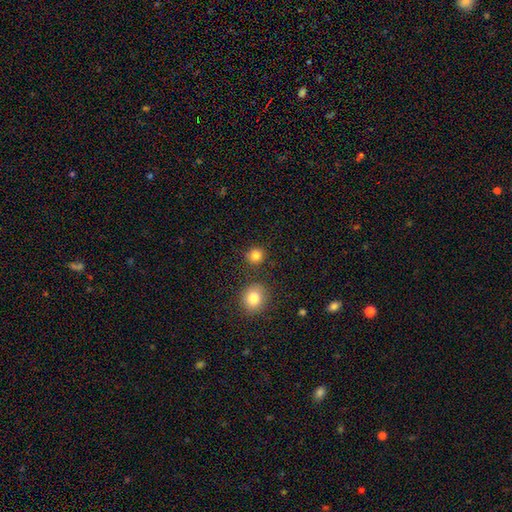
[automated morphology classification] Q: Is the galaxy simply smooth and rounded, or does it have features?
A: smooth — 83%.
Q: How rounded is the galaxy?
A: round — 86%.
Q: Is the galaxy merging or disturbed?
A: none — 81%.